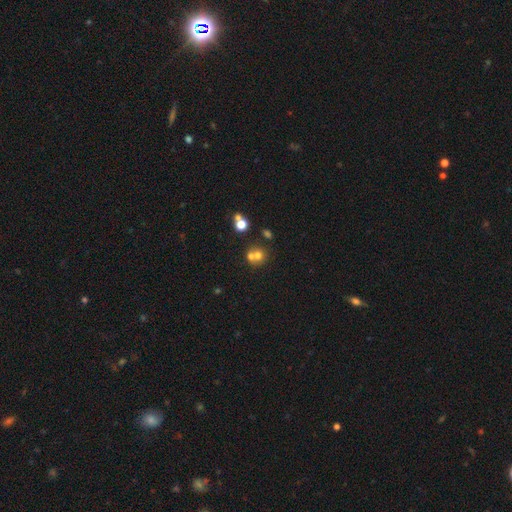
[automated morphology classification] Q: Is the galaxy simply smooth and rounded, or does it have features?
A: smooth — 65%.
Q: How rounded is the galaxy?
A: round — 83%.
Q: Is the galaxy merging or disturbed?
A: merger — 48%.